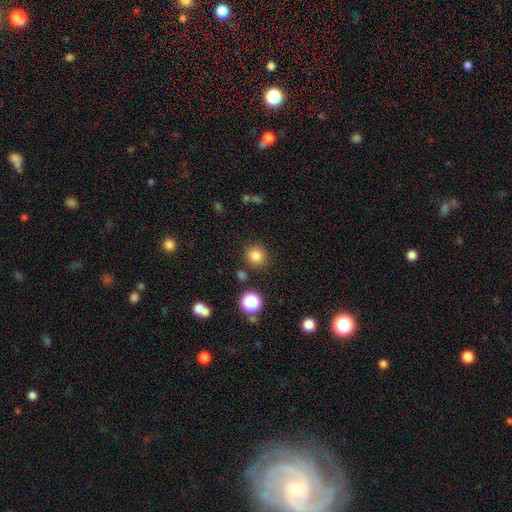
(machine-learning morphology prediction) Overall: smooth (82%). How rounded: round (90%). Merging: none (85%).